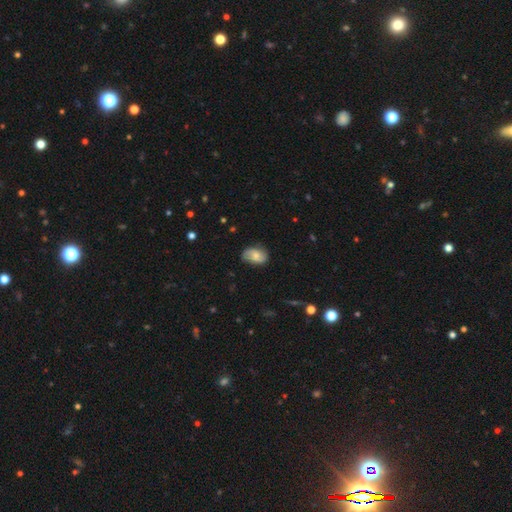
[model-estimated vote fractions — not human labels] smooth_or_featured: smooth (p=0.51) [alt: featured or disk p=0.41]
how_rounded: in between (p=0.82) [alt: round p=0.16]
merging: none (p=0.68) [alt: minor disturbance p=0.25]